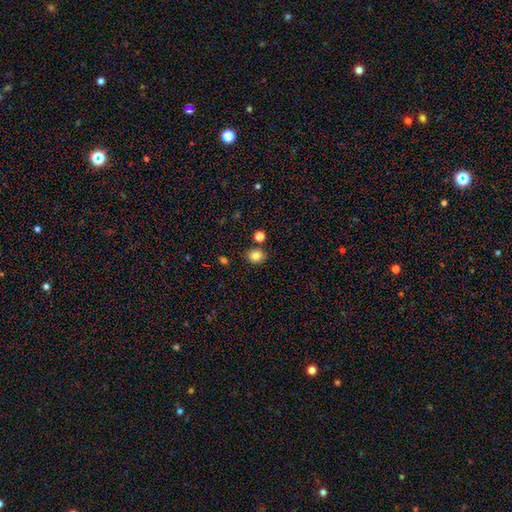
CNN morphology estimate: Smooth or featured: smooth — 82% (star or artifact — 12%)
How rounded: round — 72% (in between — 27%)
Merging: none — 83% (minor disturbance — 9%)